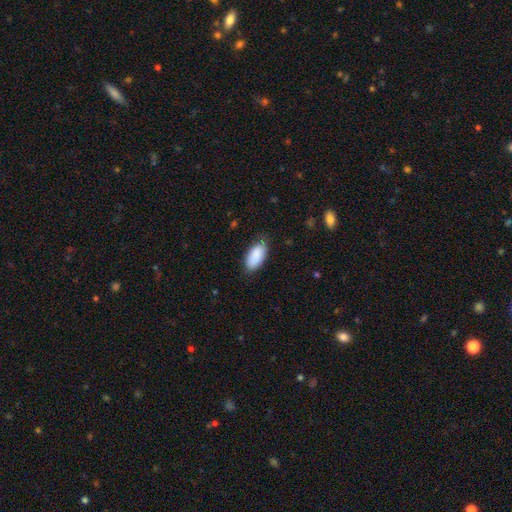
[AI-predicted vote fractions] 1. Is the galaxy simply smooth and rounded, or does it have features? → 89% smooth, 6% star or artifact, 5% featured or disk.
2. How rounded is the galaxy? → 93% in between, 5% cigar-shaped, 2% round.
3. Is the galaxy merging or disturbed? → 74% none, 21% minor disturbance, 4% major disturbance, 1% merger.